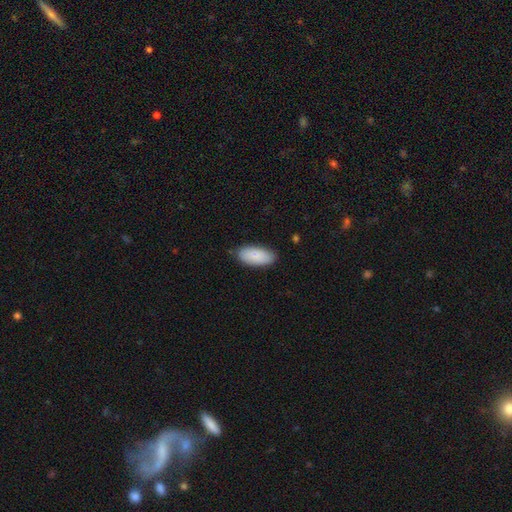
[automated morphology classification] smooth-or-featured: smooth: 83% | featured or disk: 11% | star or artifact: 6%
  how-rounded: in between: 90% | cigar-shaped: 8% | round: 2%
  merging: none: 83% | minor disturbance: 13% | major disturbance: 2% | merger: 1%